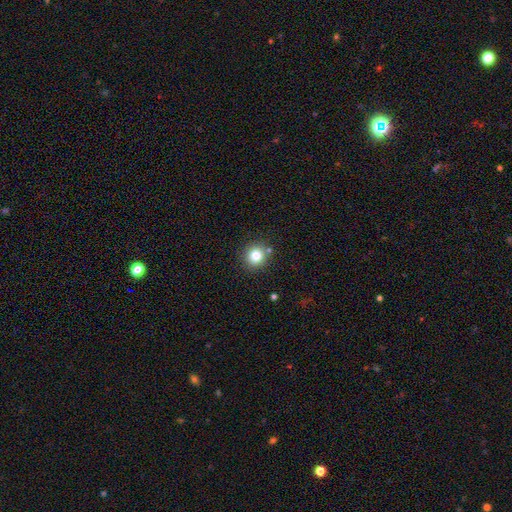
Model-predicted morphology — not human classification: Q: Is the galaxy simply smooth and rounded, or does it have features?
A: smooth — 81%.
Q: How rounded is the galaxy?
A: round — 89%.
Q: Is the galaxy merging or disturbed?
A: none — 86%.